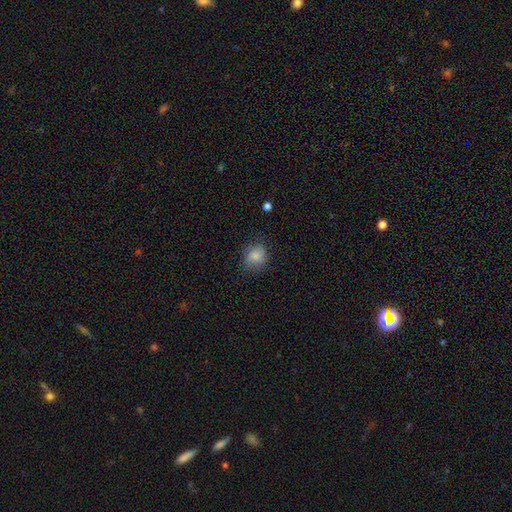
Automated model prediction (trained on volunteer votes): This appears to be a smooth galaxy with no disk features (84%) that is round (66%). Merging: none (71%).